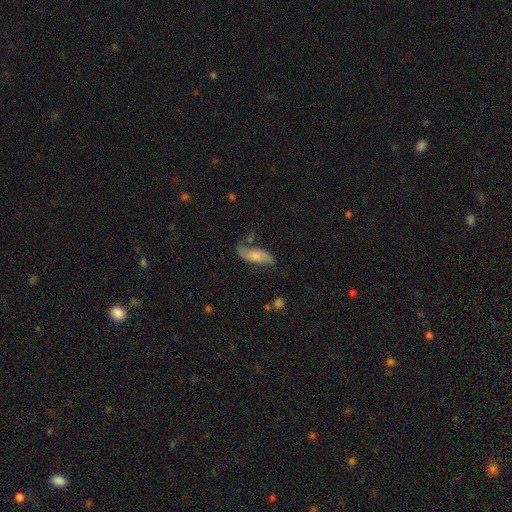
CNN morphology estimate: Smooth or featured?
  - smooth: 47% *
  - featured or disk: 45%
  - star or artifact: 8%
Merging?
  - none: 47% *
  - minor disturbance: 27%
  - major disturbance: 17%
  - merger: 9%